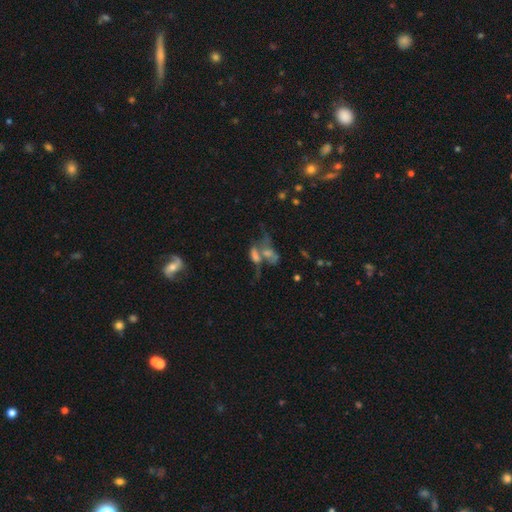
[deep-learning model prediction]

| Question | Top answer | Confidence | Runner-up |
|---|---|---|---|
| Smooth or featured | smooth | 41% | featured or disk (40%) |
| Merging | merger | 61% | none (16%) |